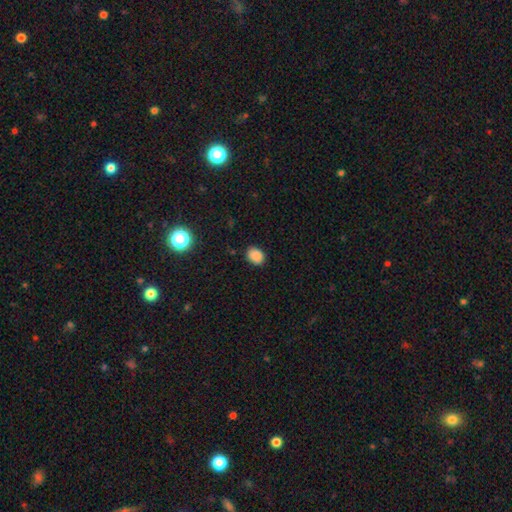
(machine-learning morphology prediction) Q: Smooth or featured?
A: smooth (86%); runner-up: star or artifact (10%)
Q: How rounded?
A: in between (59%); runner-up: round (40%)
Q: Merging?
A: none (85%); runner-up: minor disturbance (12%)